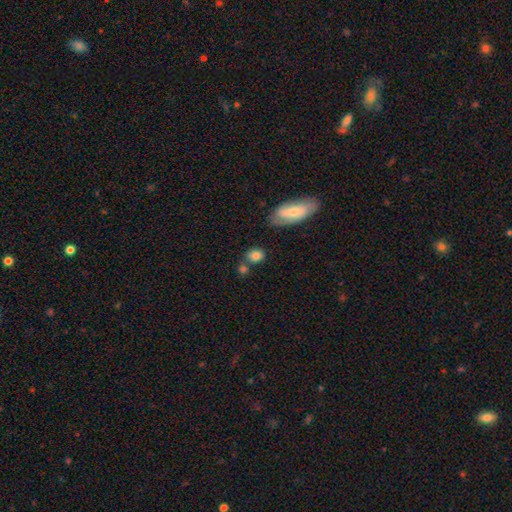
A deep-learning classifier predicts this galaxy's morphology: This appears to be a smooth galaxy with no disk features (81%) that is round (51%). Merging: none (63%).